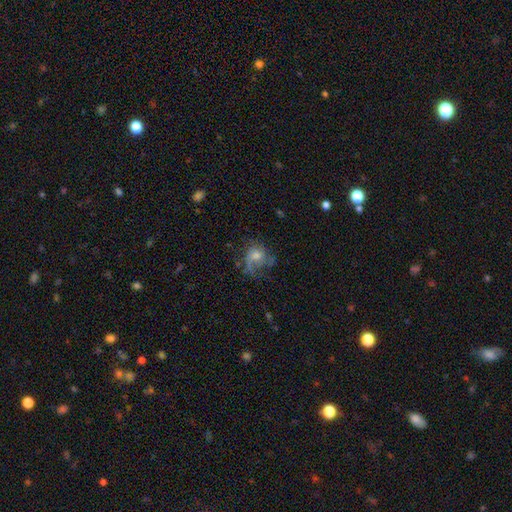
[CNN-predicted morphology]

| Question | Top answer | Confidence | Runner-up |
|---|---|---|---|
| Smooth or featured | featured or disk | 51% | smooth (35%) |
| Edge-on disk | no | 97% | yes (3%) |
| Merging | none | 44% | major disturbance (32%) |